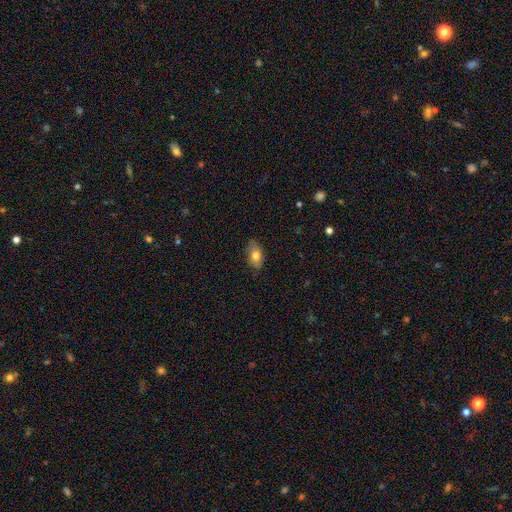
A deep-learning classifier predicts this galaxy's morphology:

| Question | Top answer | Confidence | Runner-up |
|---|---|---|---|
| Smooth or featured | smooth | 74% | featured or disk (18%) |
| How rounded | in between | 89% | round (9%) |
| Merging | none | 81% | minor disturbance (15%) |